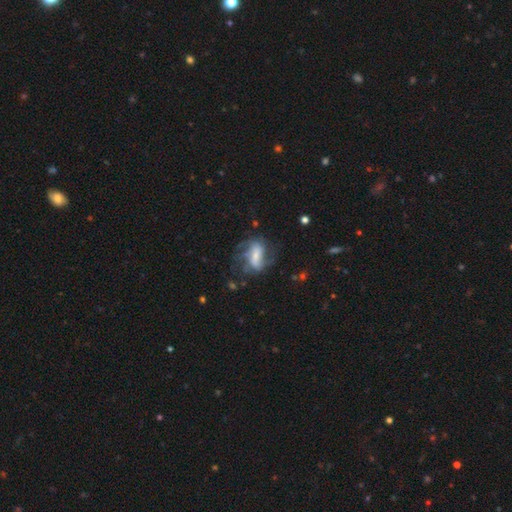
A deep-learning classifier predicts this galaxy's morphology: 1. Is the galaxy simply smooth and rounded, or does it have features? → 70% featured or disk, 22% smooth, 8% star or artifact.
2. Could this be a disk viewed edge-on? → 94% no, 6% yes.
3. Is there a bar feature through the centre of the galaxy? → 39% strong, 36% weak, 24% no.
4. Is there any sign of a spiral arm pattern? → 83% yes, 17% no.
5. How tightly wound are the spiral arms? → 41% medium, 39% loose, 20% tight.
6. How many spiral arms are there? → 47% 2, 26% can't tell, 13% 3, 6% 4, 5% 1, 3% more than 4.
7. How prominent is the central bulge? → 41% small, 32% moderate, 13% large, 11% none, 2% dominant.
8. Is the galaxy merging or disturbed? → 51% none, 25% major disturbance, 21% minor disturbance, 3% merger.